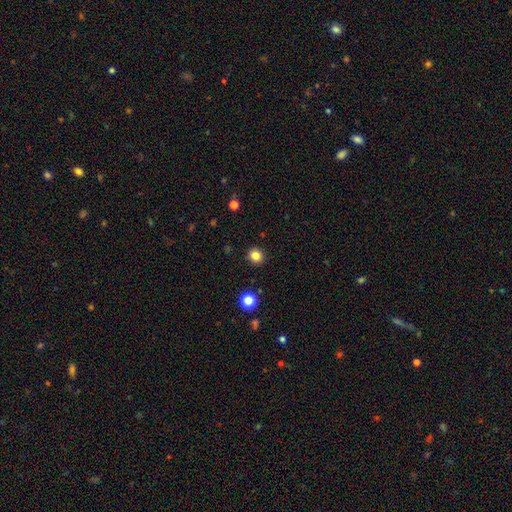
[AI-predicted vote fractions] smooth 83%, star or artifact 13%, featured or disk 5%. Down the decision tree: how rounded — round (87%); merging — none (92%).